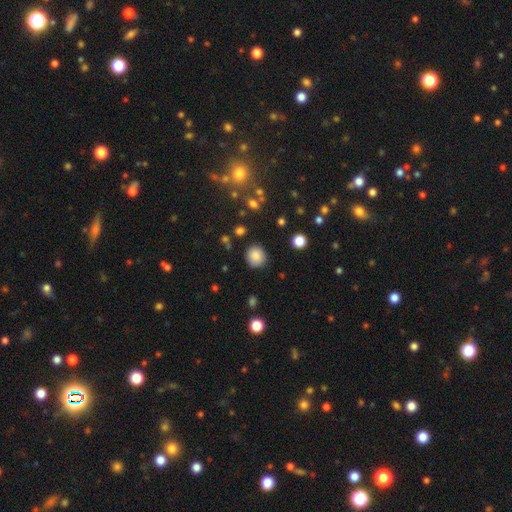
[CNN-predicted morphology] A smooth galaxy with no disk features (85%) that is round (87%). Merging: none (86%).